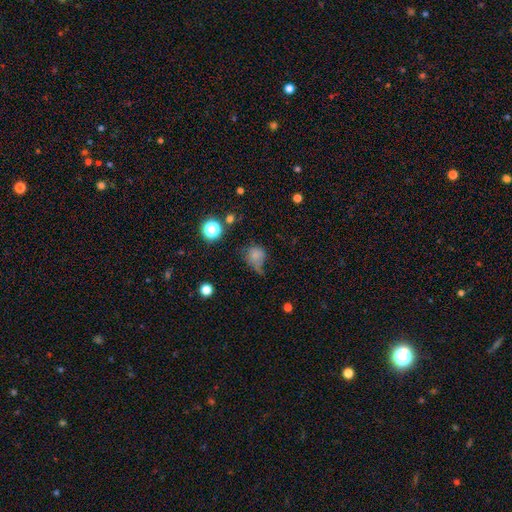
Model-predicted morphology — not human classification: Smooth or featured? smooth (72%)
How rounded? round (74%)
Merging? none (34%)